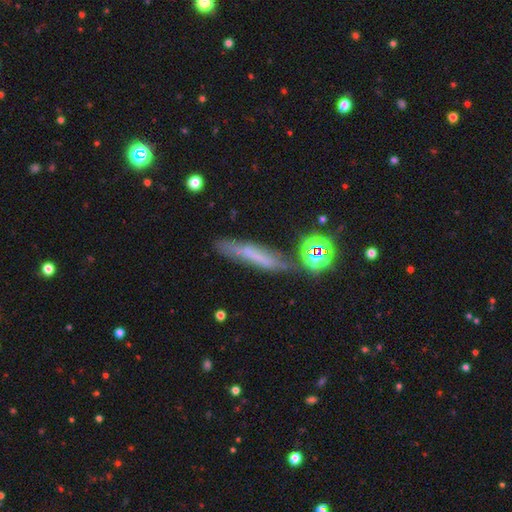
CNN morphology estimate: Smooth or featured? Predicted: smooth (p=0.45). Merging? Predicted: none (p=0.62).